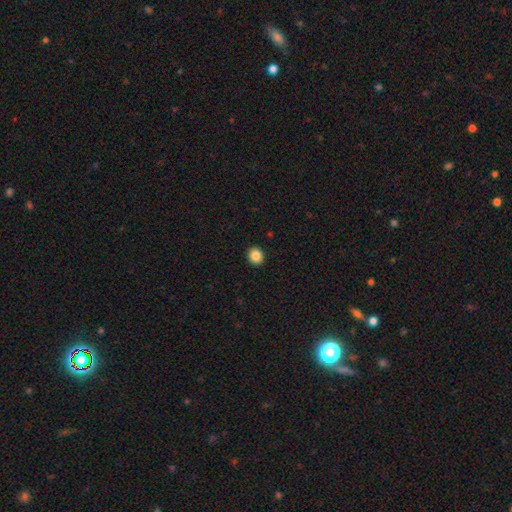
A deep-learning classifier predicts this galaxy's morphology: A smooth galaxy with no disk features (86%) that is round (75%). Merging: none (93%).